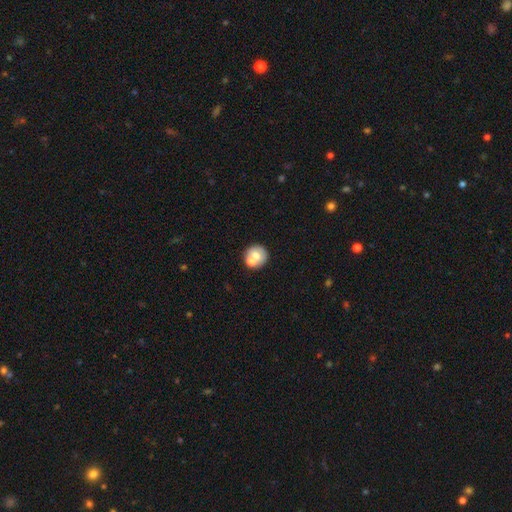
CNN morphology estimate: Smooth or featured?
  - smooth: 65% *
  - featured or disk: 26%
  - star or artifact: 9%
How rounded?
  - round: 87% *
  - in between: 12%
  - cigar-shaped: 1%
Merging?
  - none: 54% *
  - merger: 32%
  - minor disturbance: 9%
  - major disturbance: 4%